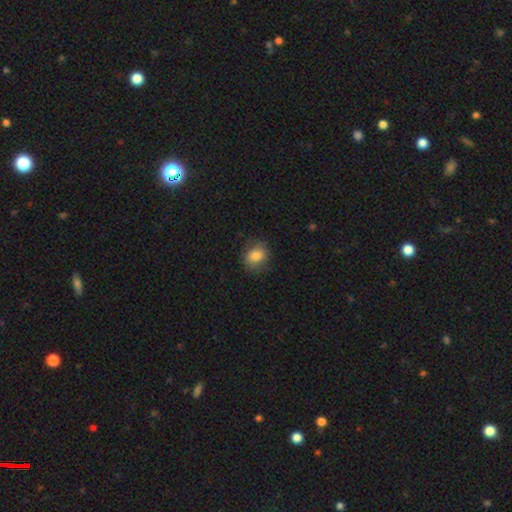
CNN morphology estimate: A smooth galaxy with no disk features (81%) that is round (64%).

Vote fractions:
- Smooth or featured? smooth: 81% / featured or disk: 9% / star or artifact: 9%
- How rounded? round: 64% / in between: 35% / cigar-shaped: 1%
- Merging? none: 81% / minor disturbance: 14% / major disturbance: 4% / merger: 1%